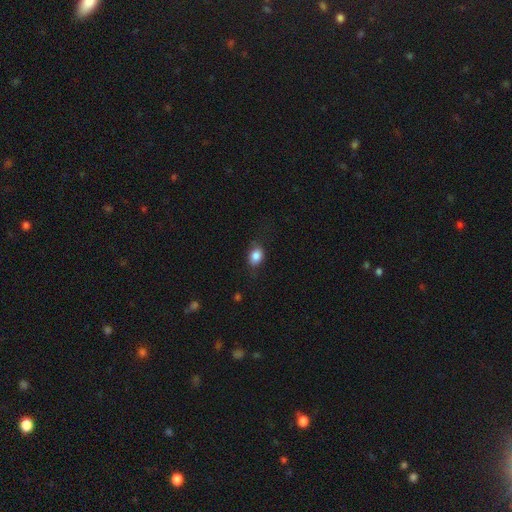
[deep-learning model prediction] Q: Smooth or featured?
A: smooth (85%); runner-up: star or artifact (9%)
Q: How rounded?
A: in between (61%); runner-up: round (37%)
Q: Merging?
A: none (72%); runner-up: minor disturbance (21%)